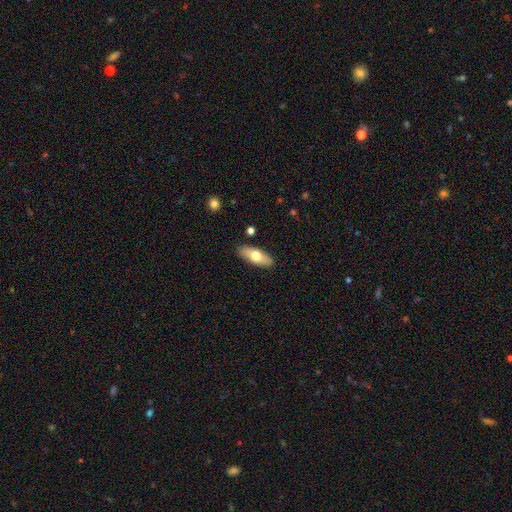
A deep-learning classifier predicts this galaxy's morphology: Smooth or featured?
  - smooth: 66% *
  - featured or disk: 28%
  - star or artifact: 6%
How rounded?
  - in between: 77% *
  - cigar-shaped: 21%
  - round: 3%
Merging?
  - none: 88% *
  - minor disturbance: 9%
  - major disturbance: 2%
  - merger: 1%